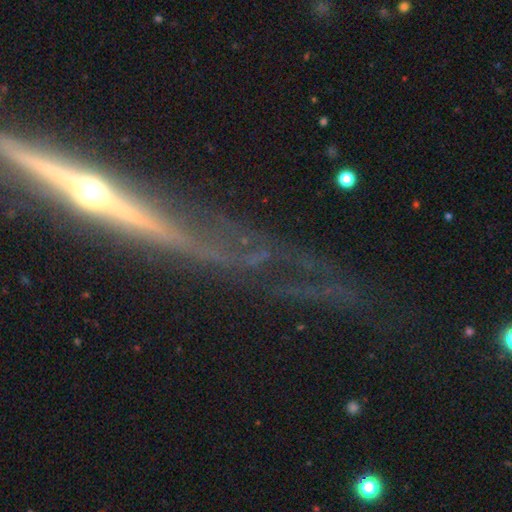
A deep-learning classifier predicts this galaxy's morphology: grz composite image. It shows a featured or disk galaxy (64%) viewed edge-on (65%). Merging: none (60%).